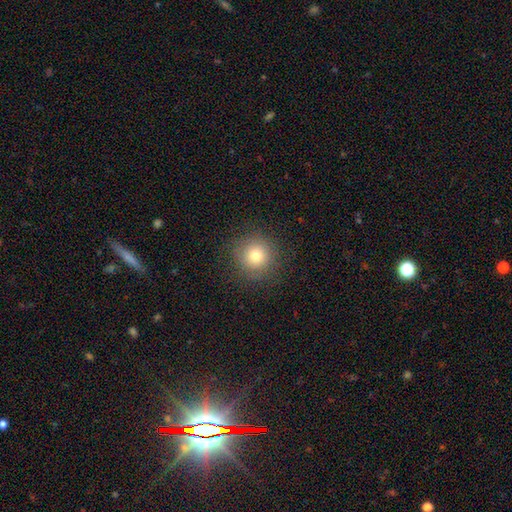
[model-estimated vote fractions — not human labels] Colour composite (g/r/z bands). It shows a smooth galaxy with no disk features (77%) that is round (94%). Merging: none (87%).